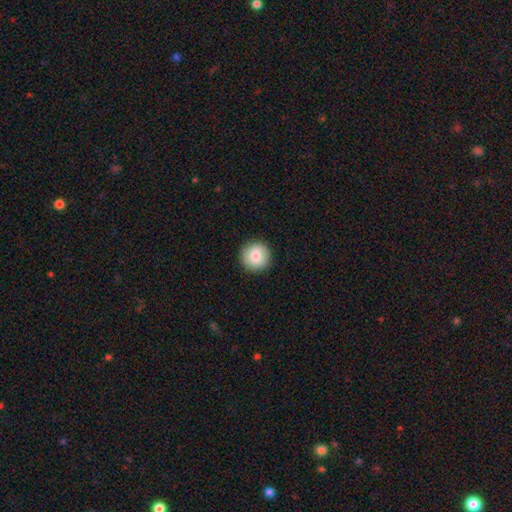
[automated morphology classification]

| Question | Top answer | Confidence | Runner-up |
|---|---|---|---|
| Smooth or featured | smooth | 82% | featured or disk (11%) |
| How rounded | round | 94% | in between (5%) |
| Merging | none | 91% | minor disturbance (6%) |